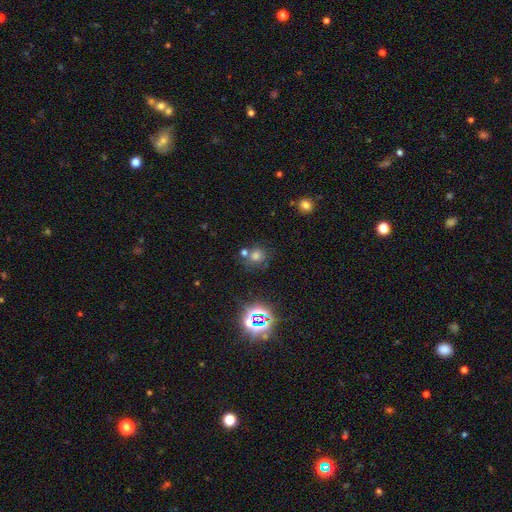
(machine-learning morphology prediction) Smooth or featured: smooth — 61% (star or artifact — 29%)
How rounded: round — 82% (in between — 17%)
Merging: none — 62% (merger — 22%)